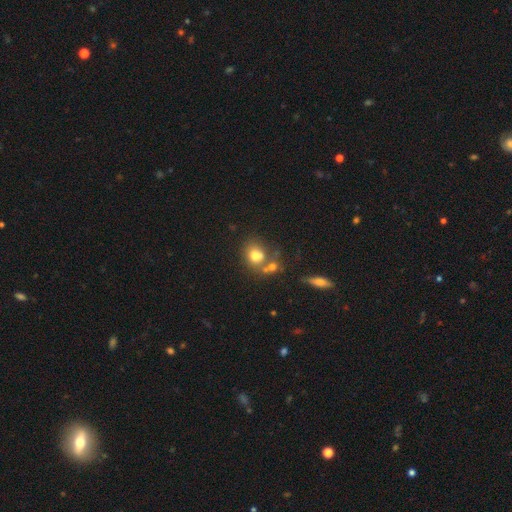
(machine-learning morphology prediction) smooth 72%, featured or disk 15%, star or artifact 13%. Down the decision tree: how rounded — round (64%); merging — none (44%).